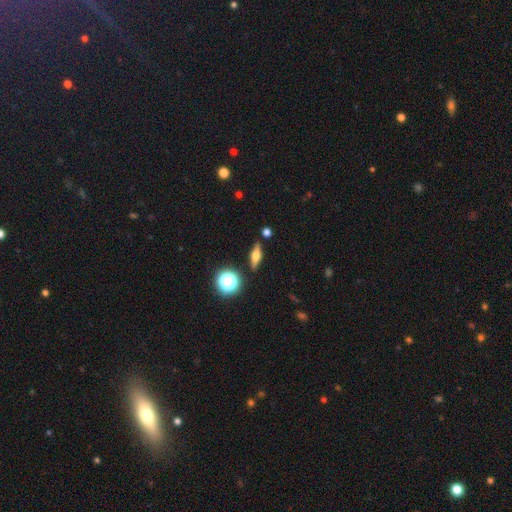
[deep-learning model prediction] A featured or disk galaxy (46%).

Vote fractions:
- Smooth or featured? featured or disk: 46% / smooth: 42% / star or artifact: 11%
- Merging? none: 87% / minor disturbance: 8% / merger: 3% / major disturbance: 2%